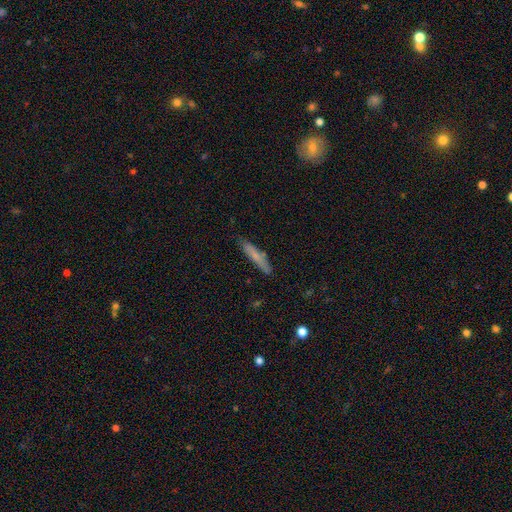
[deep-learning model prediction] smooth_or_featured: smooth (p=0.68) [alt: featured or disk p=0.25]
how_rounded: cigar-shaped (p=0.91) [alt: in between p=0.07]
merging: none (p=0.81) [alt: minor disturbance p=0.14]